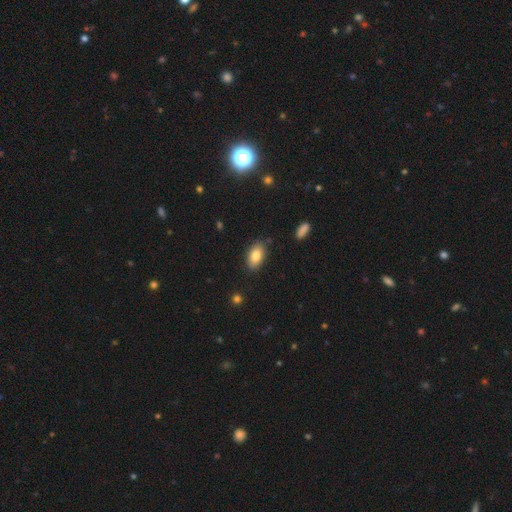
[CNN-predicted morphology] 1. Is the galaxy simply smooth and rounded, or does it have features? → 82% smooth, 10% featured or disk, 7% star or artifact.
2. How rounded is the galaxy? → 92% in between, 5% round, 3% cigar-shaped.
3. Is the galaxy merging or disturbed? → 85% none, 11% minor disturbance, 2% major disturbance, 2% merger.